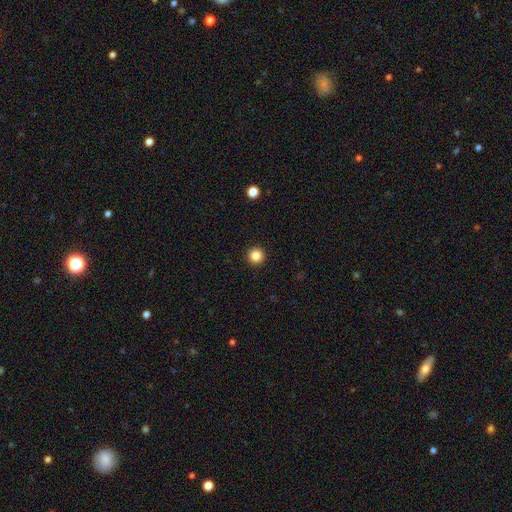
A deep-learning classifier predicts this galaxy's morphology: A smooth galaxy with no disk features (85%) that is round (96%). Merging: none (94%).